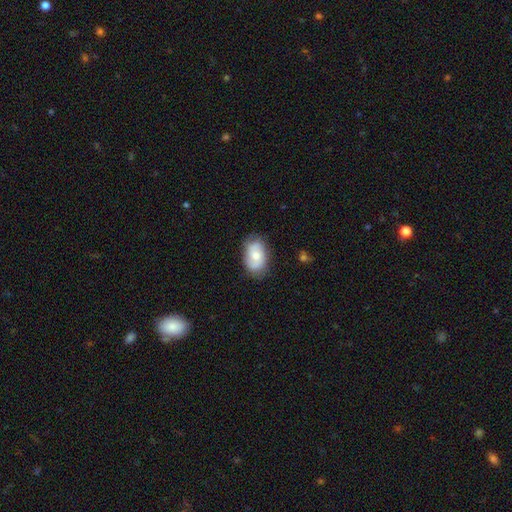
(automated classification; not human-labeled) Smooth or featured? smooth (52%)
How rounded? in between (86%)
Merging? none (73%)